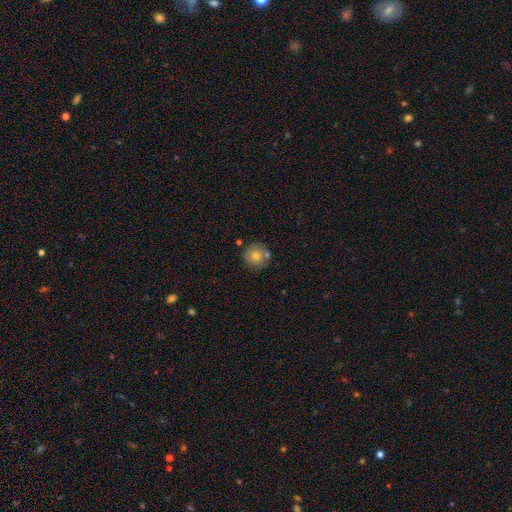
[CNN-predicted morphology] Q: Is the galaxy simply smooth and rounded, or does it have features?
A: smooth — 75%.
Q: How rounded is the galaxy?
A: round — 93%.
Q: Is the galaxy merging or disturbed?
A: none — 75%.